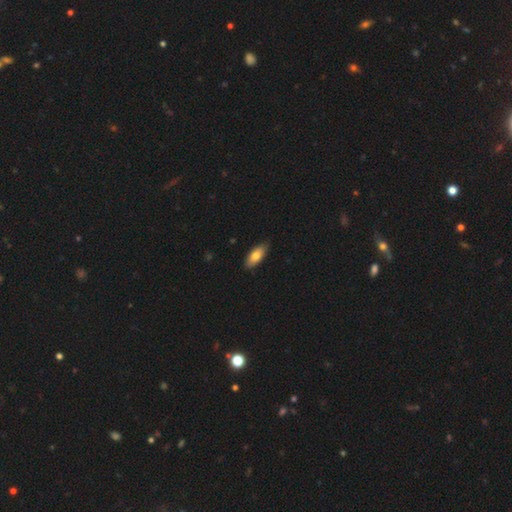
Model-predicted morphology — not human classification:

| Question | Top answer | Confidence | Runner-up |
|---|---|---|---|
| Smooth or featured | smooth | 76% | featured or disk (18%) |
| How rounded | in between | 81% | cigar-shaped (17%) |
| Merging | none | 81% | minor disturbance (16%) |